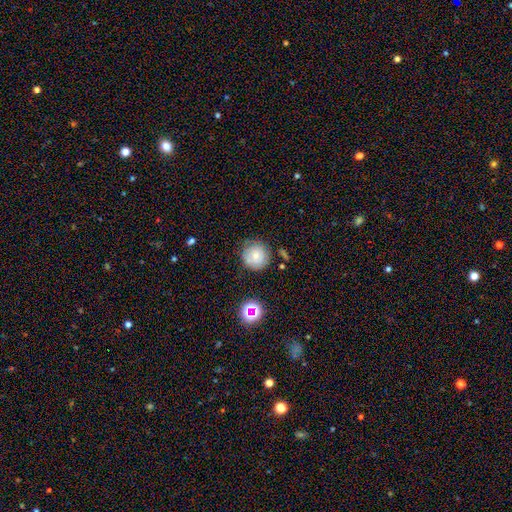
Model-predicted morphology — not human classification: Smooth or featured: smooth — 67% (featured or disk — 20%)
How rounded: round — 93% (in between — 6%)
Merging: none — 71% (minor disturbance — 19%)